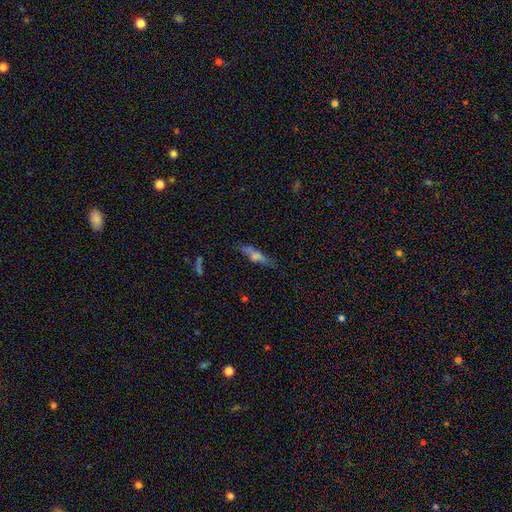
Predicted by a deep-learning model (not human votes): A smooth galaxy with no disk features (48%).

Vote fractions:
- Smooth or featured? smooth: 48% / featured or disk: 41% / star or artifact: 11%
- Merging? none: 71% / minor disturbance: 18% / major disturbance: 6% / merger: 5%